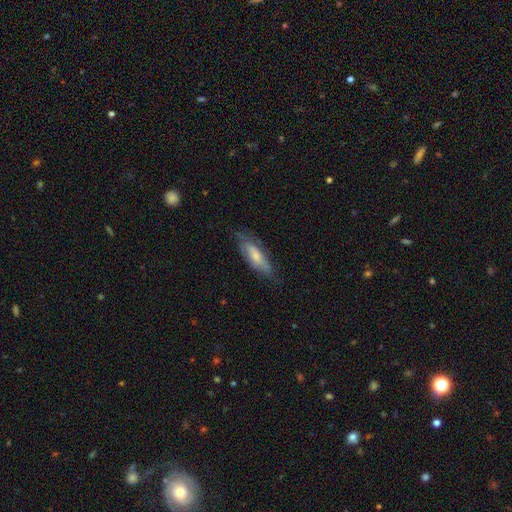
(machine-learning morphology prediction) Smooth or featured: smooth — 57% (featured or disk — 37%)
How rounded: in between — 52% (cigar-shaped — 46%)
Merging: none — 67% (minor disturbance — 24%)